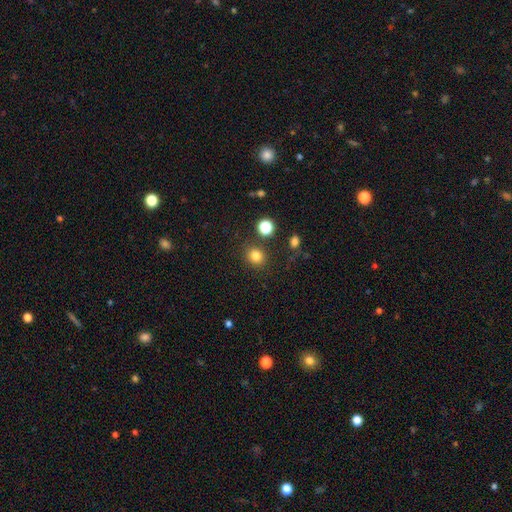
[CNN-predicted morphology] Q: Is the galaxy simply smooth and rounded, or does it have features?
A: smooth — 81%.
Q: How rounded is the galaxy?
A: round — 79%.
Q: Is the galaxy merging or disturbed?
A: none — 84%.